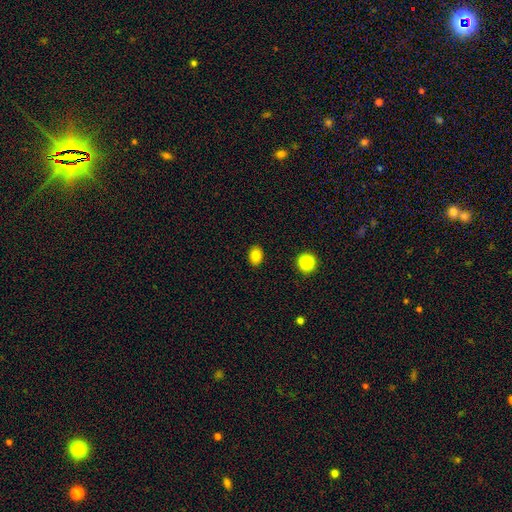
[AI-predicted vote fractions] Overall: smooth (82%). How rounded: in between (69%; round 30%). Merging: none (89%).